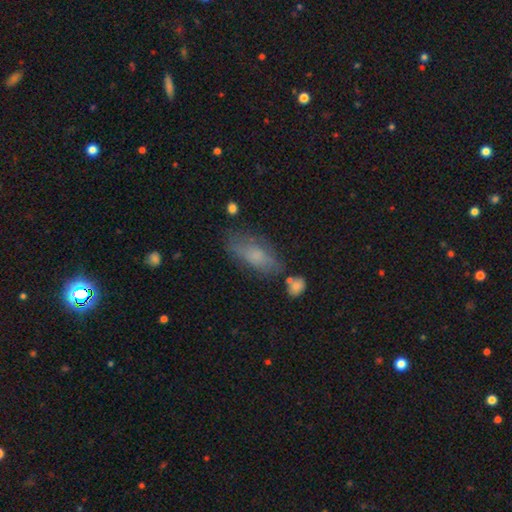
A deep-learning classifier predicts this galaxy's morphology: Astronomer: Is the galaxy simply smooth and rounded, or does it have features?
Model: smooth — 66%.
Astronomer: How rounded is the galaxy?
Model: in between — 76%.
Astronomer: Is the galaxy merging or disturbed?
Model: none — 60%.